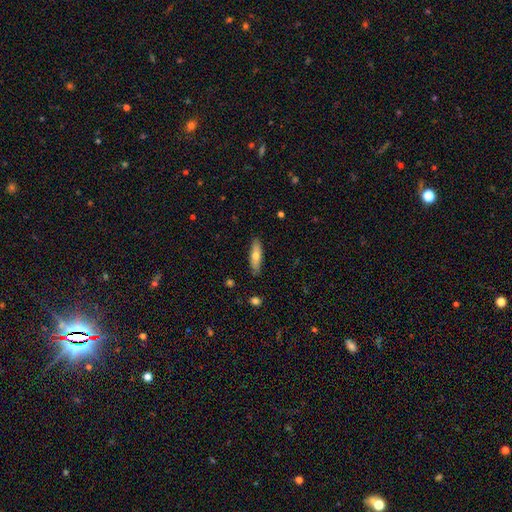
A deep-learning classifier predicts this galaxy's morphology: Smooth or featured? Predicted: smooth (p=0.65). How rounded? Predicted: cigar-shaped (p=0.56). Merging? Predicted: none (p=0.88).